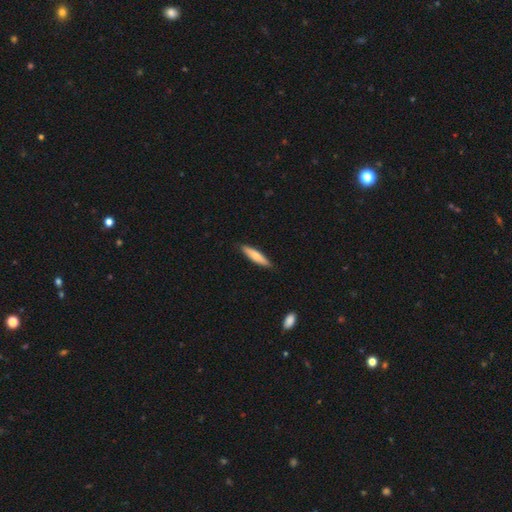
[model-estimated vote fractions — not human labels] Smooth or featured?
  - smooth: 69% *
  - featured or disk: 26%
  - star or artifact: 5%
How rounded?
  - cigar-shaped: 80% *
  - in between: 18%
  - round: 1%
Merging?
  - none: 88% *
  - minor disturbance: 9%
  - major disturbance: 2%
  - merger: 1%